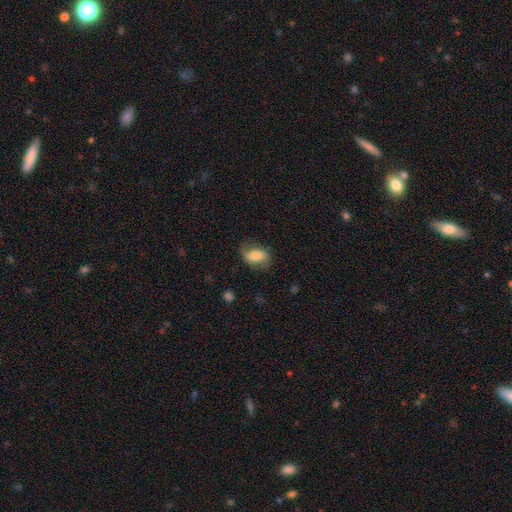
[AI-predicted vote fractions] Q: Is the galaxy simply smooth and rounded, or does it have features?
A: smooth — 72%.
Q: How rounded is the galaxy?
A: in between — 87%.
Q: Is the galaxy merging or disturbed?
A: none — 68%.